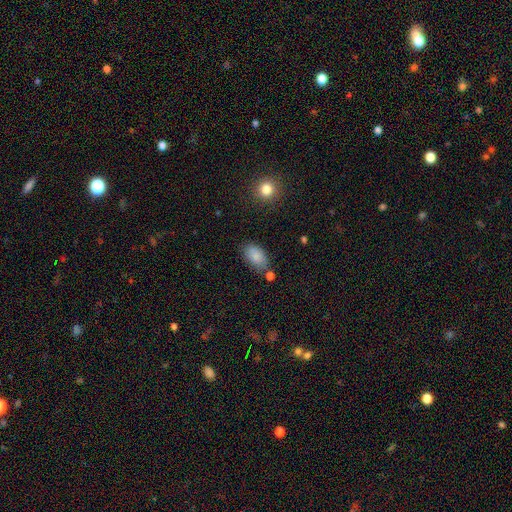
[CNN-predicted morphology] Overall: smooth (85%). How rounded: in between (93%). Merging: none (70%).